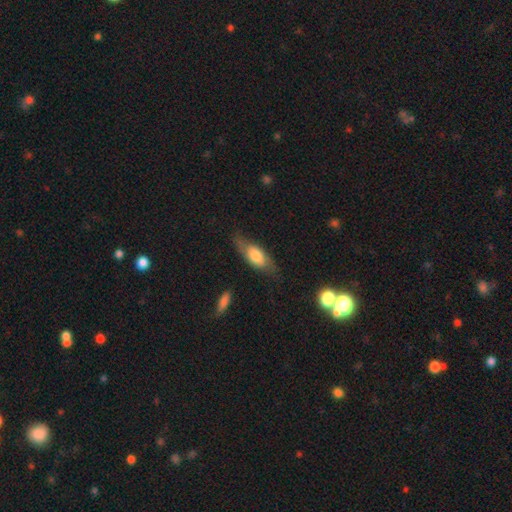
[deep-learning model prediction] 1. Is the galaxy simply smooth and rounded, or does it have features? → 56% smooth, 37% featured or disk, 7% star or artifact.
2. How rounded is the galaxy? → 74% in between, 22% cigar-shaped, 4% round.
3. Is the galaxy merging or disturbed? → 66% none, 23% minor disturbance, 8% major disturbance, 2% merger.